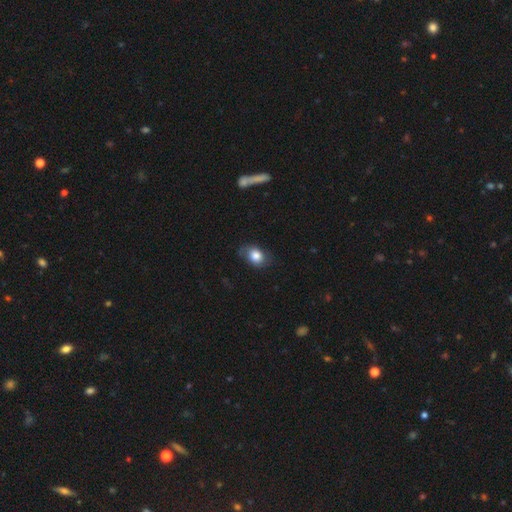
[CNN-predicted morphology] A smooth galaxy with no disk features (78%) that is in between round and cigar-shaped (68%).

Vote fractions:
- Smooth or featured? smooth: 78% / featured or disk: 15% / star or artifact: 8%
- How rounded? in between: 68% / round: 31% / cigar-shaped: 1%
- Merging? none: 64% / minor disturbance: 26% / major disturbance: 9% / merger: 2%